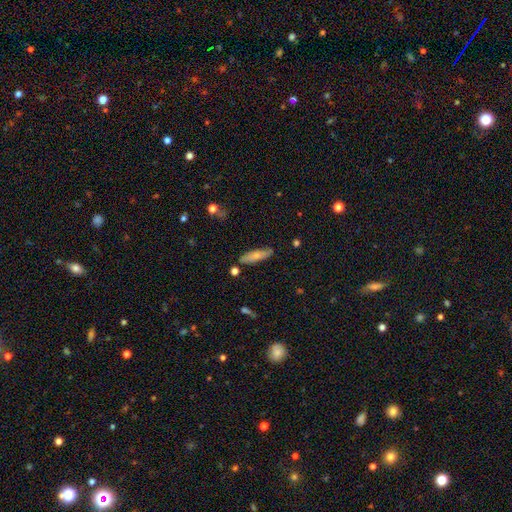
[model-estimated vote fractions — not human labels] smooth_or_featured: smooth (p=0.73) [alt: featured or disk p=0.20]
how_rounded: cigar-shaped (p=0.62) [alt: in between p=0.36]
merging: none (p=0.82) [alt: minor disturbance p=0.13]